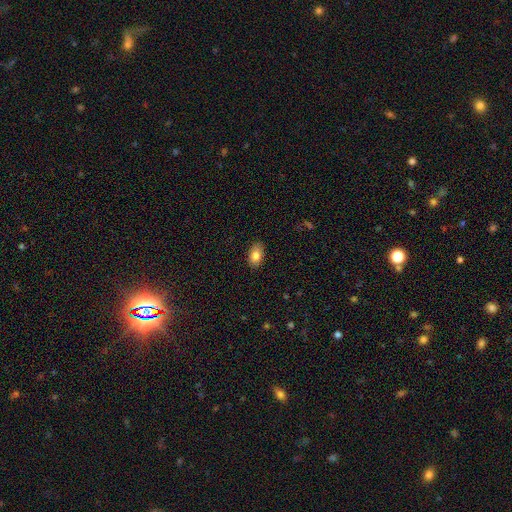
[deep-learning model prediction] Overall: smooth (82%). How rounded: in between (91%). Merging: none (86%).